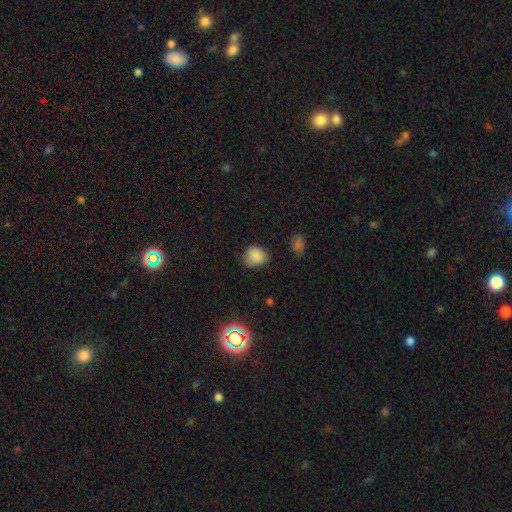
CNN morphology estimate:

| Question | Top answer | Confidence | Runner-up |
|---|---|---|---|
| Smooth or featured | smooth | 84% | star or artifact (11%) |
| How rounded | round | 55% | in between (44%) |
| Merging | none | 64% | minor disturbance (29%) |